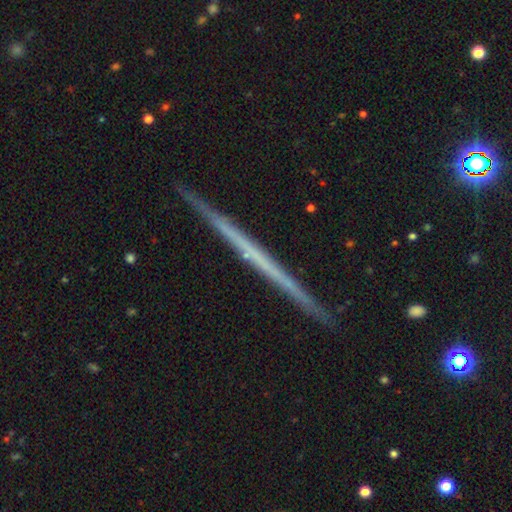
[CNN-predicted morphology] Q: Smooth or featured?
A: featured or disk (67%); runner-up: smooth (26%)
Q: Edge-on disk?
A: yes (98%); runner-up: no (2%)
Q: Edge-on bulge?
A: none (92%); runner-up: rounded (5%)
Q: Merging?
A: none (92%); runner-up: minor disturbance (6%)